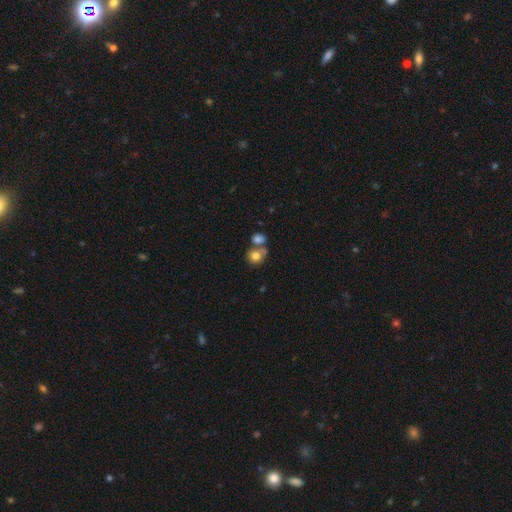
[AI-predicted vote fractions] Overall: smooth (77%). How rounded: round (77%). Merging: none (43%, tied with merger).